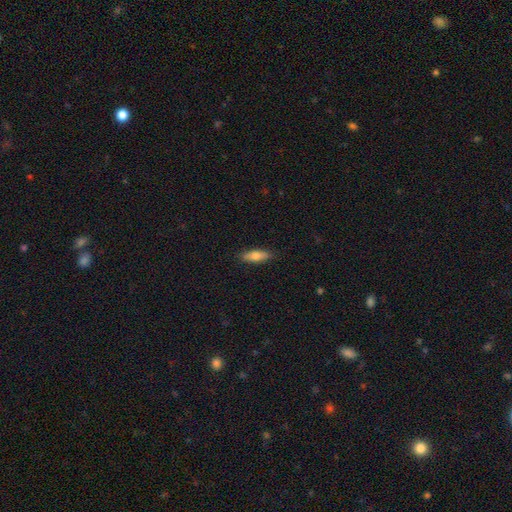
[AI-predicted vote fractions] smooth_or_featured: smooth (p=0.72) [alt: featured or disk p=0.22]
how_rounded: in between (p=0.57) [alt: cigar-shaped p=0.40]
merging: none (p=0.86) [alt: minor disturbance p=0.11]